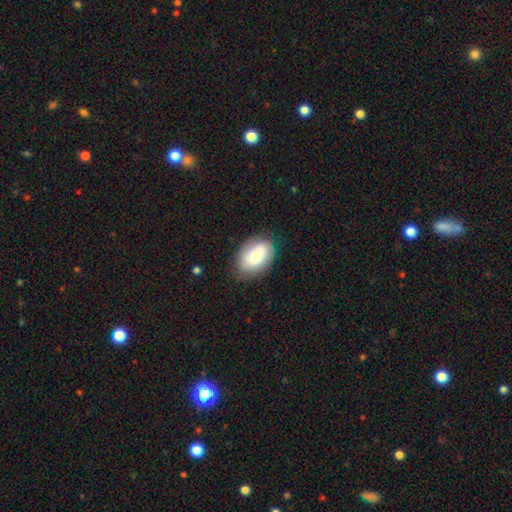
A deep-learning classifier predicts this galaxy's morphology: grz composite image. It shows a smooth galaxy with no disk features (53%) that is in between round and cigar-shaped (84%). Merging: none (76%).